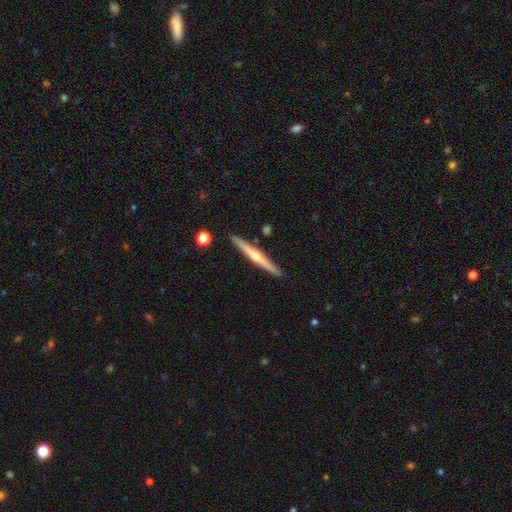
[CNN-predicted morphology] A featured or disk galaxy (64%) viewed edge-on (98%) with a rounded central bulge (73%). Merging: none (90%).